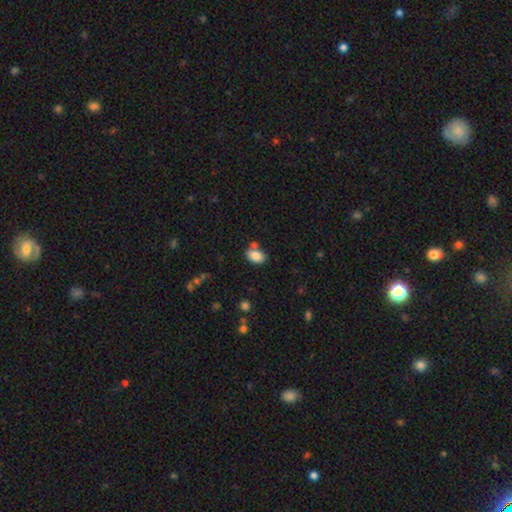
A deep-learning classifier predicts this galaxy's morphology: This appears to be a smooth galaxy with no disk features (85%) that is in between round and cigar-shaped (85%). Merging: none (65%).